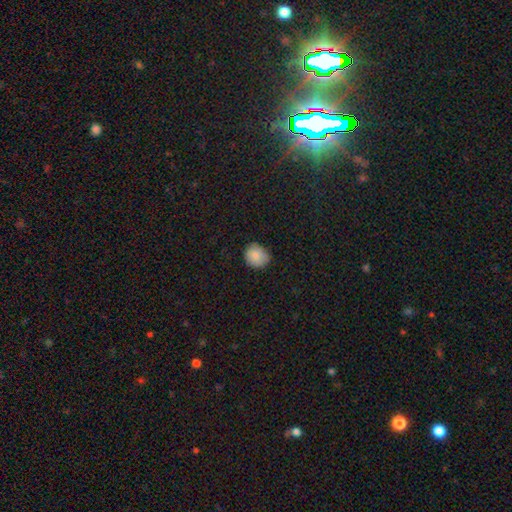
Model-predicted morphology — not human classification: Smooth or featured?
  - smooth: 85% *
  - star or artifact: 8%
  - featured or disk: 7%
How rounded?
  - round: 76% *
  - in between: 23%
  - cigar-shaped: 1%
Merging?
  - none: 74% *
  - minor disturbance: 22%
  - major disturbance: 3%
  - merger: 1%